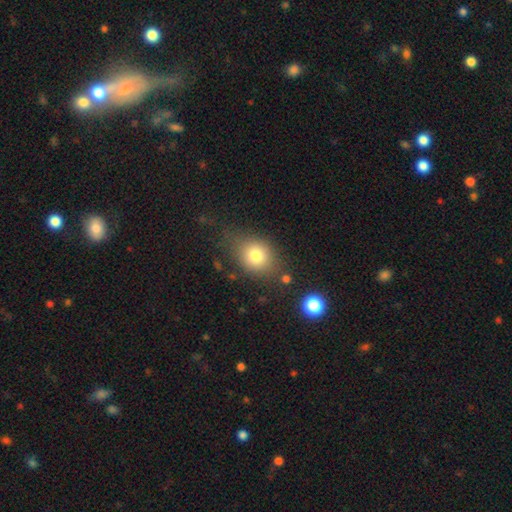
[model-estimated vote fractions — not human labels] This is likely a smooth galaxy (77%). How rounded: likely round (61%). Merging: likely none (67%).